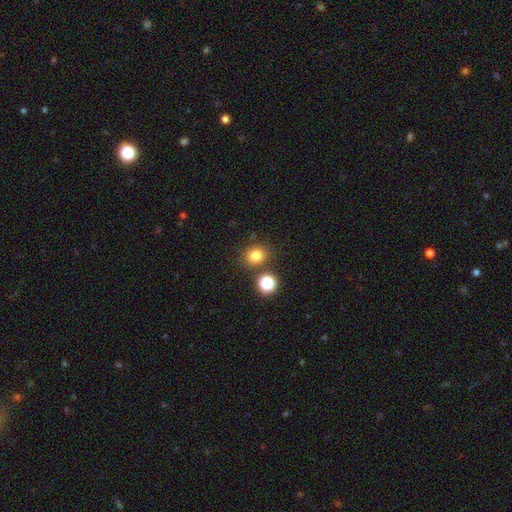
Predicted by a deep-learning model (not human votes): Overall: smooth (79%). How rounded: round (78%). Merging: none (78%).